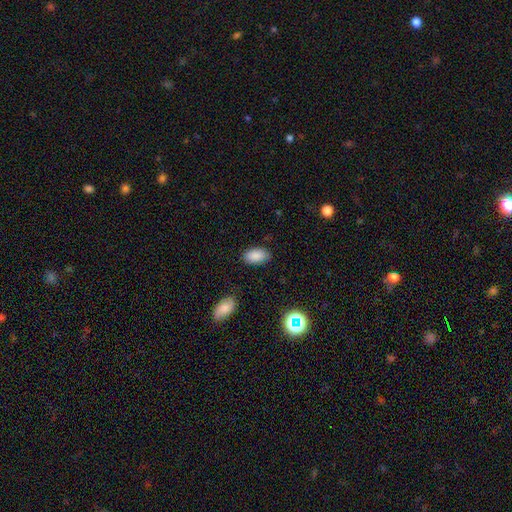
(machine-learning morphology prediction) type=smooth (87%); roundness=in between (94%); merging=none (84%).